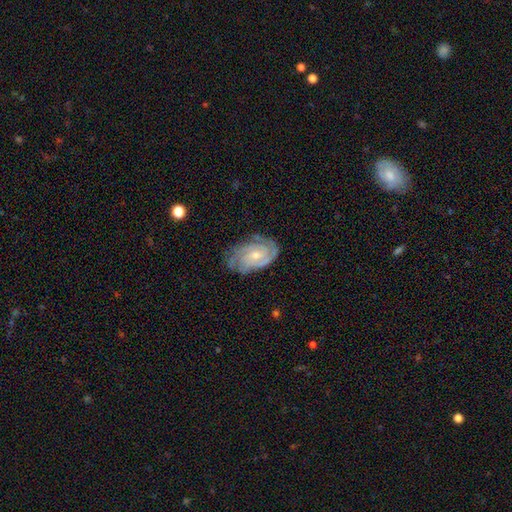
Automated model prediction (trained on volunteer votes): The model was most divided on "spiral arm count": 3: 29%, 2: 28%, can't tell: 21%, 4: 11%, more than 4: 5%, 1: 5%. More confident: spiral arms — yes (97%); edge-on disk — no (97%); smooth or featured — featured or disk (87%); merging — none (74%); spiral winding — tight (71%); bar — no (64%); bulge size — small (60%).